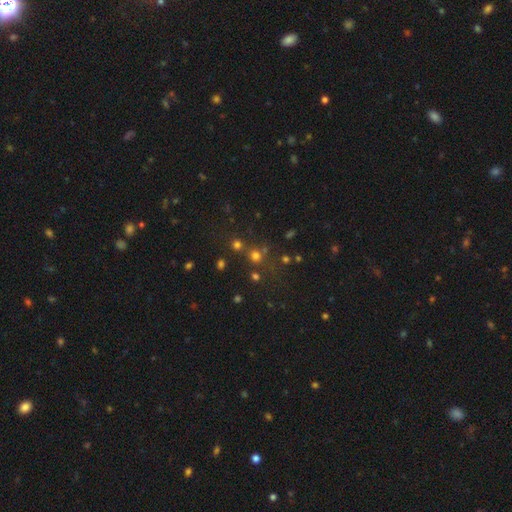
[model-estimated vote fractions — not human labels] The model was most divided on "smooth or featured": smooth: 64%, star or artifact: 28%, featured or disk: 8%. More confident: how rounded — round (89%); merging — none (67%).